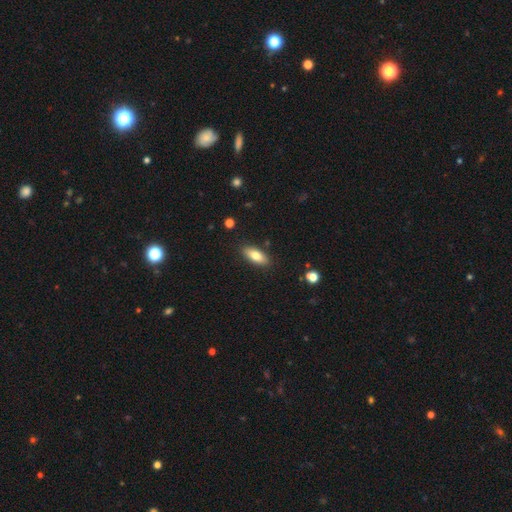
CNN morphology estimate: smooth-or-featured: smooth: 77% | featured or disk: 16% | star or artifact: 7%
  how-rounded: in between: 79% | cigar-shaped: 18% | round: 3%
  merging: none: 87% | minor disturbance: 9% | major disturbance: 2% | merger: 1%